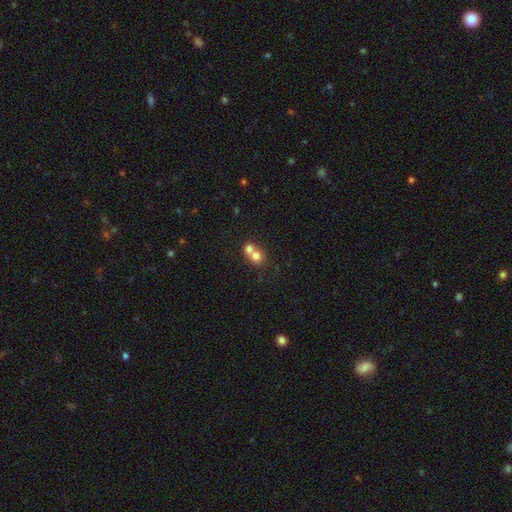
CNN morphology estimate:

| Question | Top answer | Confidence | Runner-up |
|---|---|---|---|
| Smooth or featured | smooth | 74% | featured or disk (16%) |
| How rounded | round | 80% | in between (19%) |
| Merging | merger | 67% | none (27%) |